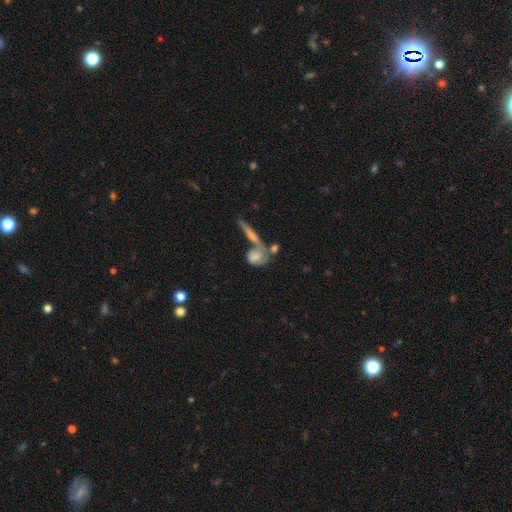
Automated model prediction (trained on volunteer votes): Smooth or featured? Predicted: smooth (p=0.51). How rounded? Predicted: in between (p=0.51). Merging? Predicted: merger (p=0.47).